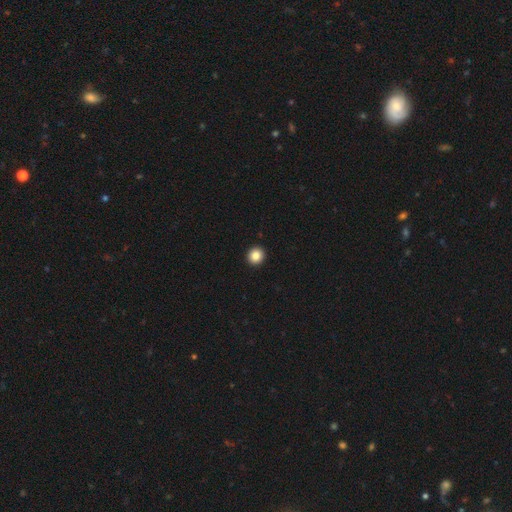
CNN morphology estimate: type=smooth (86%); roundness=round (92%); merging=none (94%).